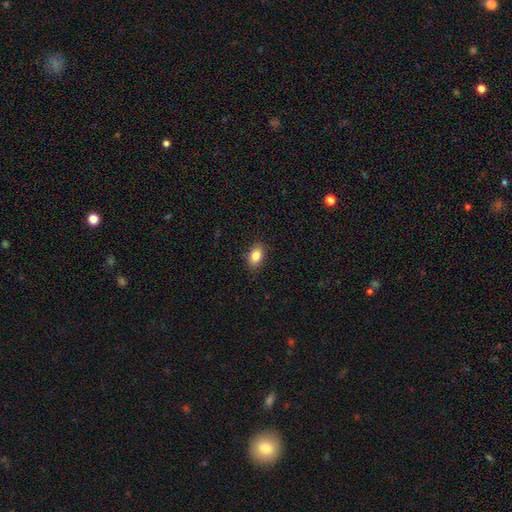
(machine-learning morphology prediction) A smooth galaxy with no disk features (85%) that is in between round and cigar-shaped (84%). Merging: none (88%).